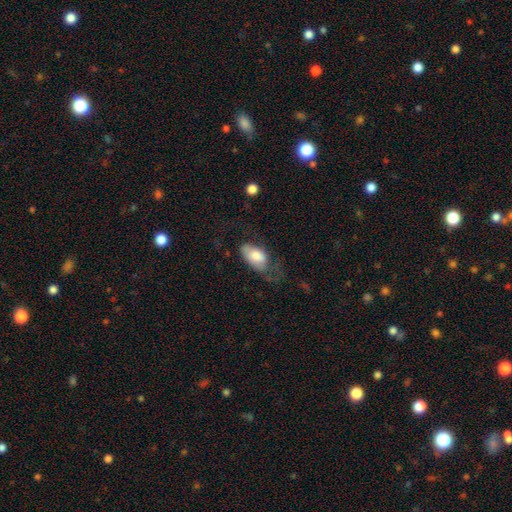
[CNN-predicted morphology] smooth 73%, featured or disk 21%, star or artifact 6%. Down the decision tree: how rounded — in between (93%); merging — major disturbance (36%).